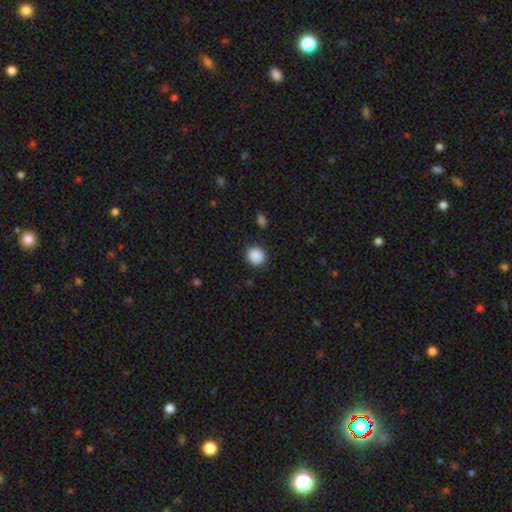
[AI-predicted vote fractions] Q: Smooth or featured?
A: smooth (89%); runner-up: star or artifact (9%)
Q: How rounded?
A: round (88%); runner-up: in between (11%)
Q: Merging?
A: none (90%); runner-up: minor disturbance (7%)